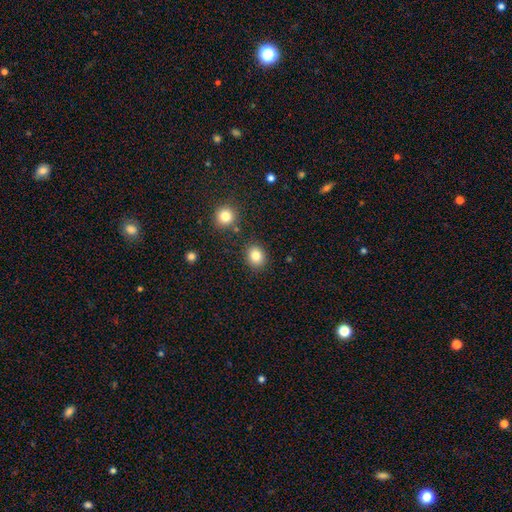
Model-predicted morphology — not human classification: Smooth or featured? smooth (84%)
How rounded? round (63%)
Merging? none (84%)